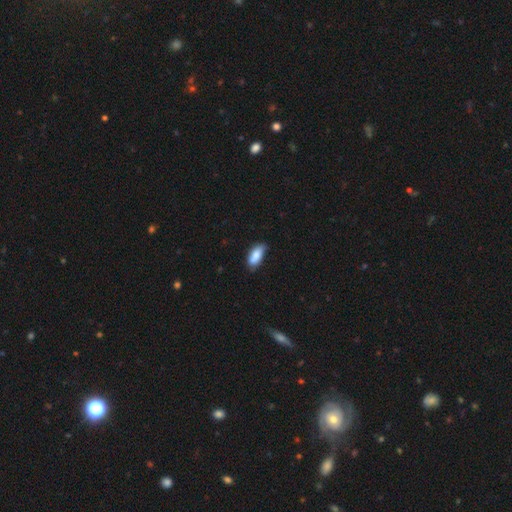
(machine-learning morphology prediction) smooth_or_featured: smooth (p=0.85) [alt: featured or disk p=0.08]
how_rounded: in between (p=0.86) [alt: cigar-shaped p=0.12]
merging: none (p=0.63) [alt: minor disturbance p=0.31]